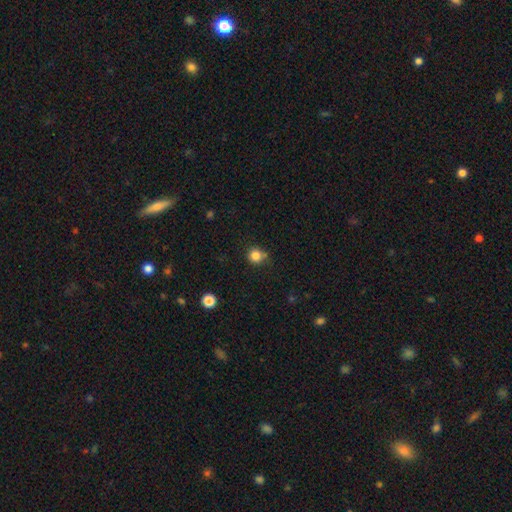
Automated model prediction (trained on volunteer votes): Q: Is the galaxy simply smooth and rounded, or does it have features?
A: smooth — 83%.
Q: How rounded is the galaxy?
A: round — 90%.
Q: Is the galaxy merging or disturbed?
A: none — 70%.